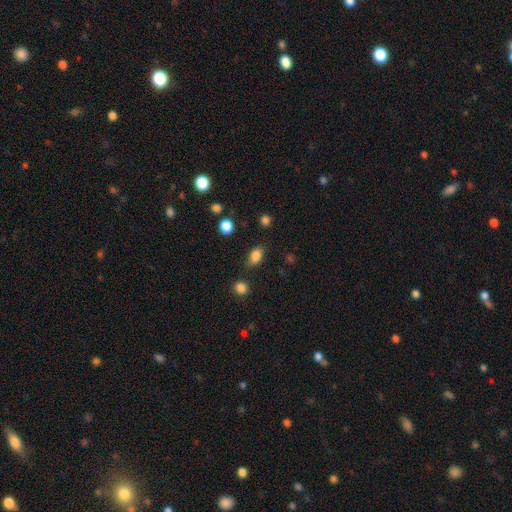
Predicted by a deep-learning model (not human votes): smooth 84%, star or artifact 10%, featured or disk 7%. Down the decision tree: how rounded — in between (79%); merging — none (77%).